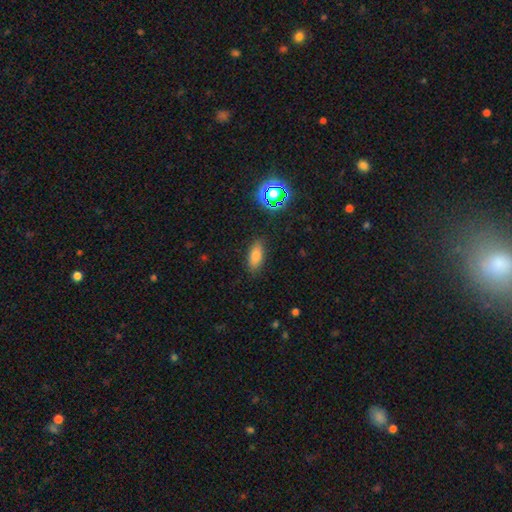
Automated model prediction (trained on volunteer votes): Smooth or featured? Predicted: smooth (p=0.79). How rounded? Predicted: in between (p=0.82). Merging? Predicted: none (p=0.85).